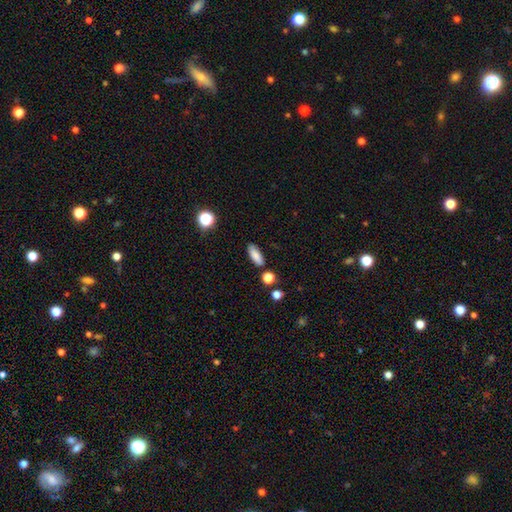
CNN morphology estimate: Smooth or featured?
  - smooth: 84% *
  - star or artifact: 9%
  - featured or disk: 7%
How rounded?
  - in between: 71% *
  - cigar-shaped: 25%
  - round: 4%
Merging?
  - none: 82% *
  - minor disturbance: 12%
  - merger: 4%
  - major disturbance: 3%